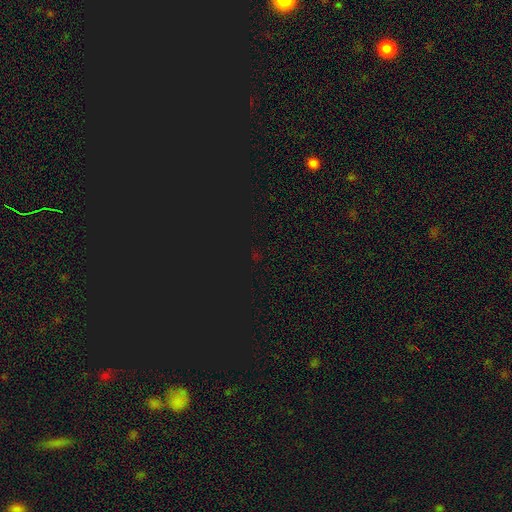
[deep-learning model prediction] The model was most divided on "smooth or featured": star or artifact: 80%, smooth: 14%, featured or disk: 6%.